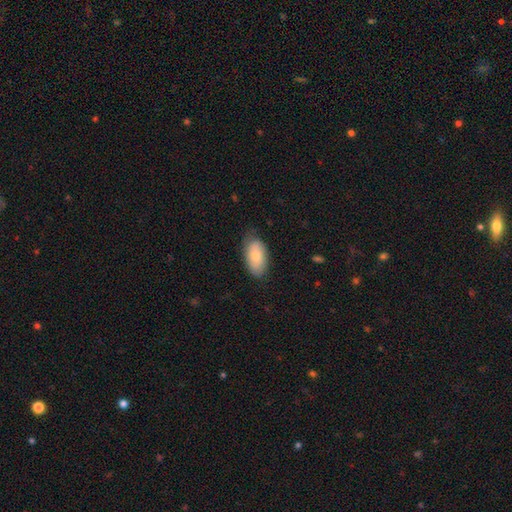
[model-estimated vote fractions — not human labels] Smooth or featured? Predicted: smooth (p=0.76). How rounded? Predicted: in between (p=0.94). Merging? Predicted: none (p=0.74).